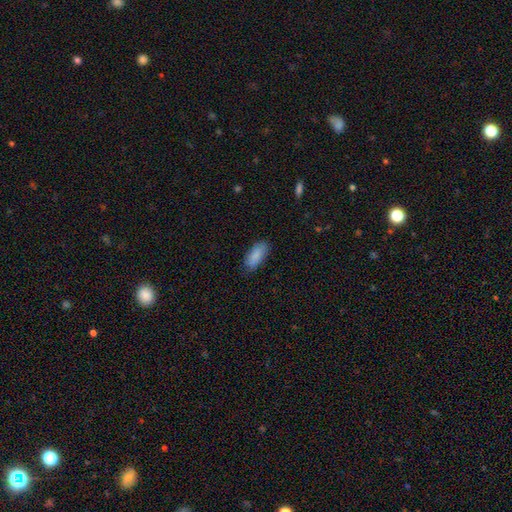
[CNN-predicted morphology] This is clearly a smooth galaxy (88%). How rounded: clearly in between (85%). Merging: clearly none (81%).